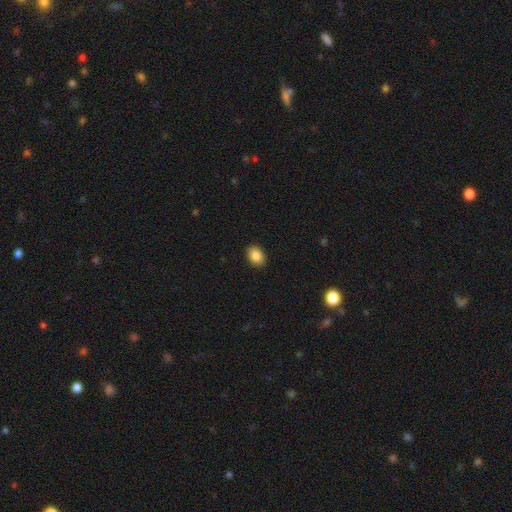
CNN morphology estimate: The model was most divided on "how rounded": in between: 66%, round: 33%, cigar-shaped: 1%. More confident: merging — none (90%); smooth or featured — smooth (86%).